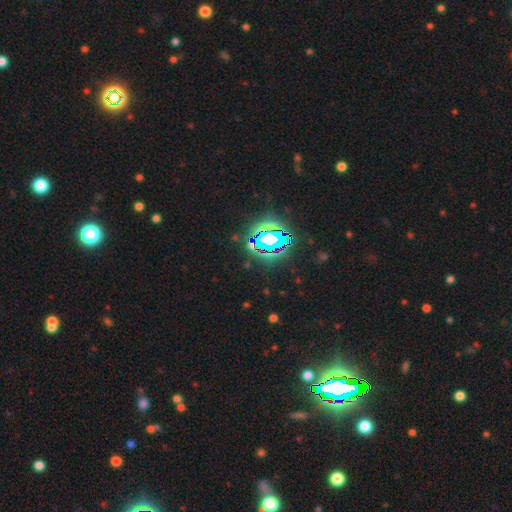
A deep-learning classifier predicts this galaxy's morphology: This is clearly a star or artifact rather than a galaxy (82%).